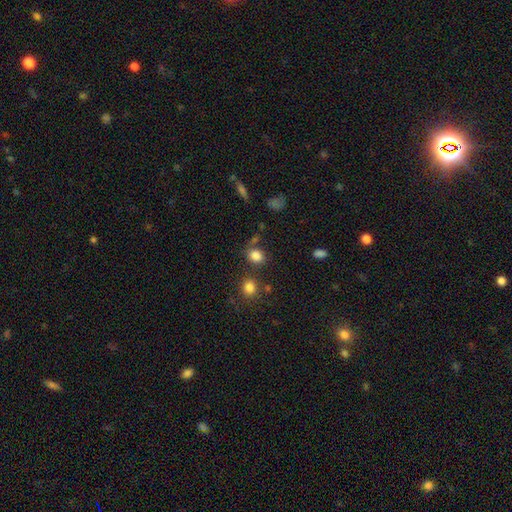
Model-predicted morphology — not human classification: smooth_or_featured: smooth (p=0.83) [alt: star or artifact p=0.12]
how_rounded: round (p=0.52) [alt: in between p=0.47]
merging: none (p=0.73) [alt: minor disturbance p=0.12]